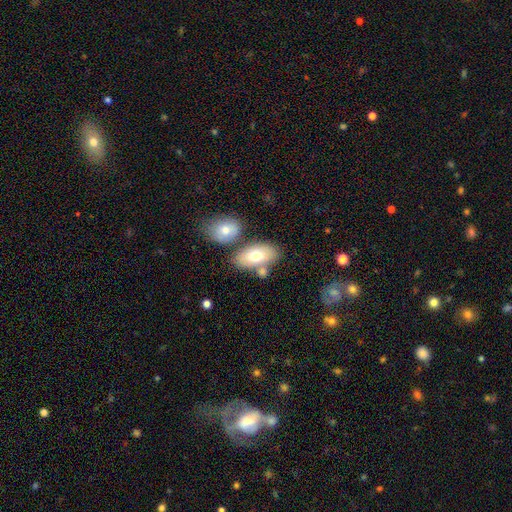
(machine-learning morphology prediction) A smooth galaxy with no disk features (68%) that is in between round and cigar-shaped (91%).

Vote fractions:
- Smooth or featured? smooth: 68% / featured or disk: 25% / star or artifact: 7%
- How rounded? in between: 91% / round: 6% / cigar-shaped: 2%
- Merging? none: 60% / merger: 23% / minor disturbance: 13% / major disturbance: 4%